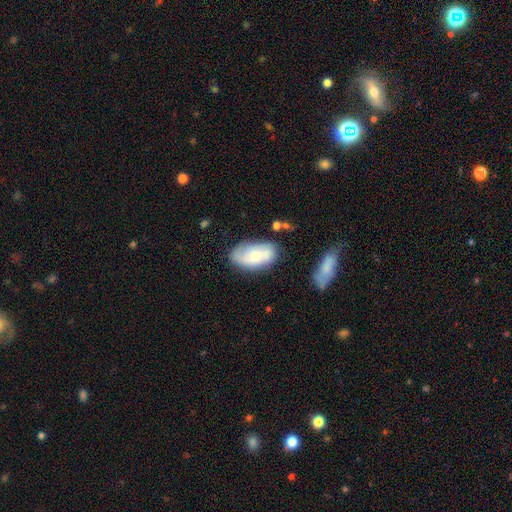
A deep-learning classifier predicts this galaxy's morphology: smooth 54%, featured or disk 39%, star or artifact 7%. Down the decision tree: how rounded — in between (93%); merging — none (63%).